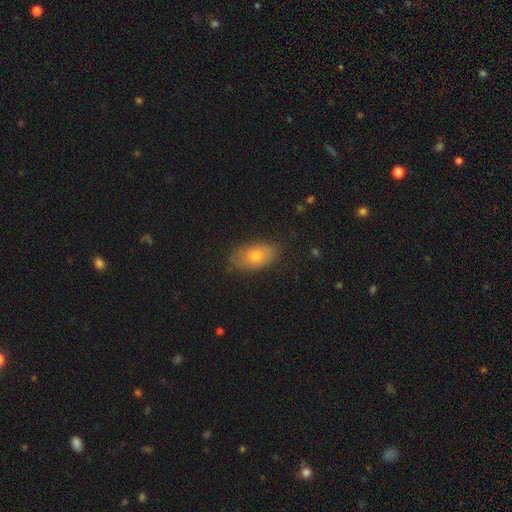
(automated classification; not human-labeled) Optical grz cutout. It shows a smooth galaxy with no disk features (68%) that is in between round and cigar-shaped (91%). Merging: none (79%).